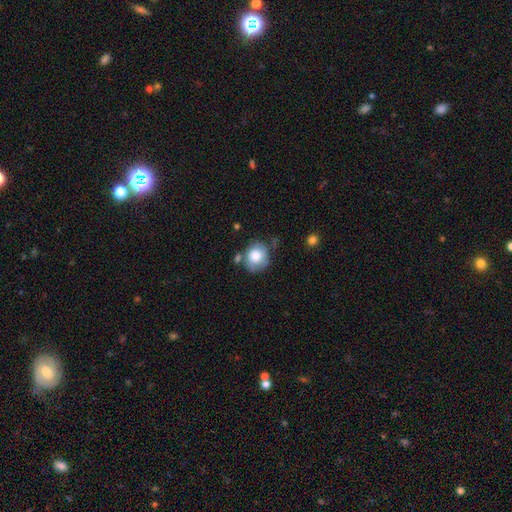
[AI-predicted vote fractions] Smooth or featured?
  - smooth: 75% *
  - featured or disk: 17%
  - star or artifact: 8%
How rounded?
  - round: 74% *
  - in between: 25%
  - cigar-shaped: 1%
Merging?
  - none: 58% *
  - minor disturbance: 24%
  - merger: 11%
  - major disturbance: 7%